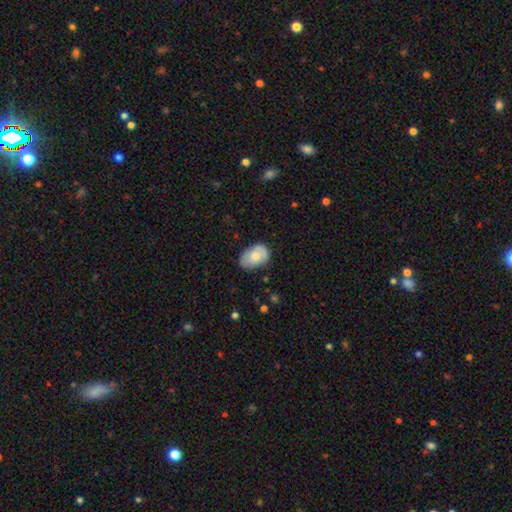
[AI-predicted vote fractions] A smooth galaxy with no disk features (70%) that is in between round and cigar-shaped (85%).

Vote fractions:
- Smooth or featured? smooth: 70% / featured or disk: 23% / star or artifact: 6%
- How rounded? in between: 85% / round: 14% / cigar-shaped: 1%
- Merging? none: 71% / minor disturbance: 23% / major disturbance: 4% / merger: 1%